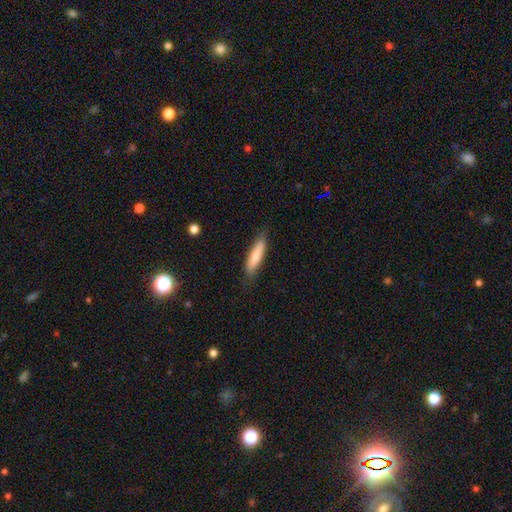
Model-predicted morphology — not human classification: Smooth or featured? Predicted: smooth (p=0.75). How rounded? Predicted: cigar-shaped (p=0.77). Merging? Predicted: none (p=0.81).